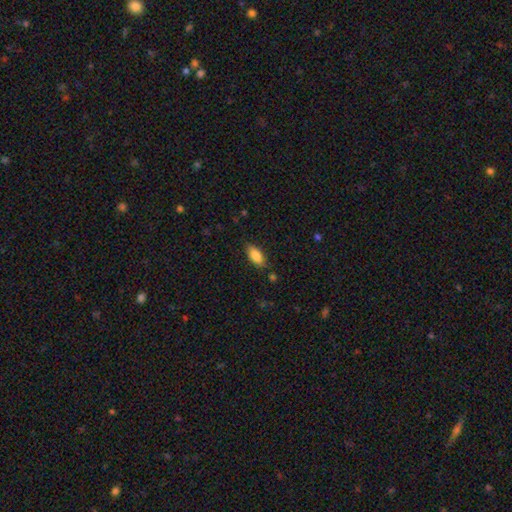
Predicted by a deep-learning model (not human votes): Smooth or featured?
  - smooth: 85% *
  - featured or disk: 8%
  - star or artifact: 7%
How rounded?
  - in between: 87% *
  - cigar-shaped: 11%
  - round: 2%
Merging?
  - none: 80% *
  - minor disturbance: 15%
  - major disturbance: 3%
  - merger: 2%